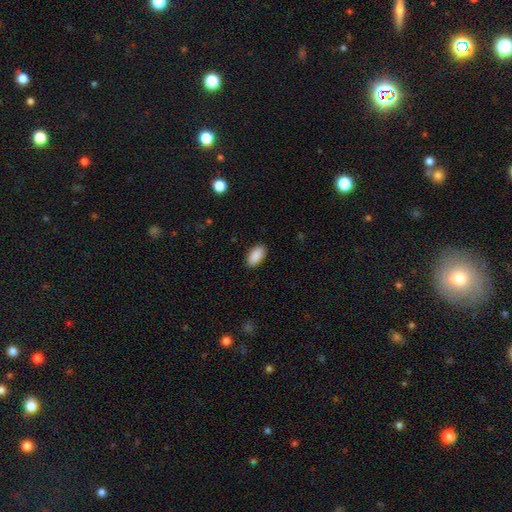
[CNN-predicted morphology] Q: Smooth or featured?
A: smooth (91%); runner-up: star or artifact (6%)
Q: How rounded?
A: in between (95%); runner-up: round (3%)
Q: Merging?
A: none (89%); runner-up: minor disturbance (8%)